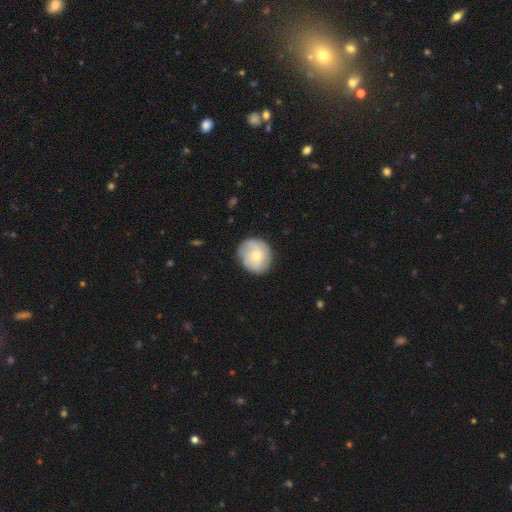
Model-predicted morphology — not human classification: smooth-or-featured: smooth: 55% | featured or disk: 38% | star or artifact: 6%
  how-rounded: round: 80% | in between: 19% | cigar-shaped: 1%
  merging: none: 78% | minor disturbance: 17% | major disturbance: 4% | merger: 1%